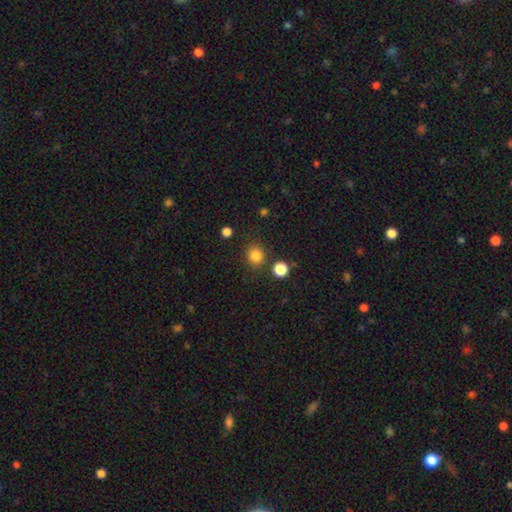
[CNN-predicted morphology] Smooth or featured? Predicted: smooth (p=0.83). How rounded? Predicted: round (p=0.85). Merging? Predicted: none (p=0.83).